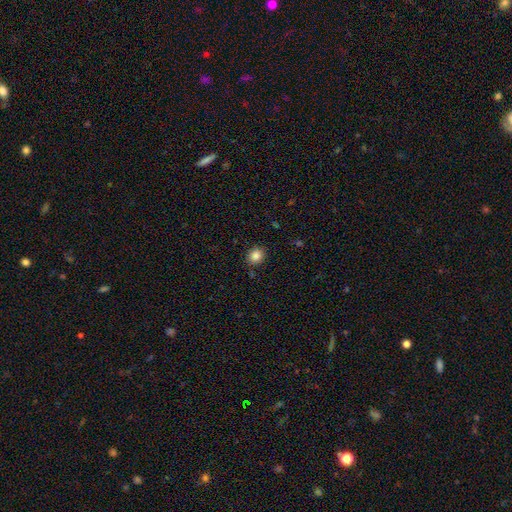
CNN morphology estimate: smooth-or-featured: smooth: 86% | star or artifact: 10% | featured or disk: 4%
  how-rounded: round: 73% | in between: 26% | cigar-shaped: 1%
  merging: none: 86% | minor disturbance: 9% | major disturbance: 3% | merger: 2%